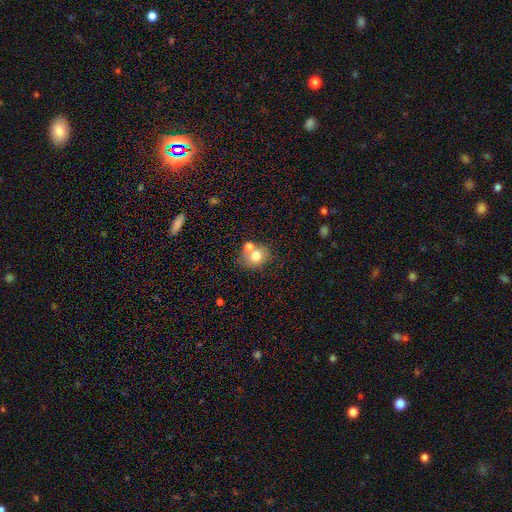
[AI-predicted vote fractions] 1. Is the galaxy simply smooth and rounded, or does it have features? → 72% smooth, 17% featured or disk, 11% star or artifact.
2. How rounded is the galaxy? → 64% round, 35% in between, 1% cigar-shaped.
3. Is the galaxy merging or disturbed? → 54% none, 29% merger, 12% minor disturbance, 4% major disturbance.